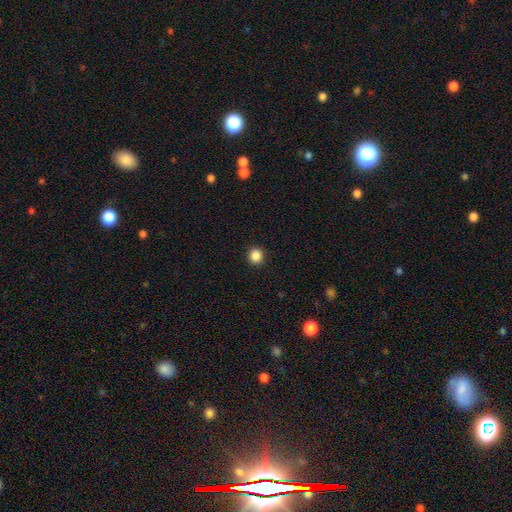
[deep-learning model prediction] A smooth galaxy with no disk features (87%) that is round (91%). Merging: none (93%).